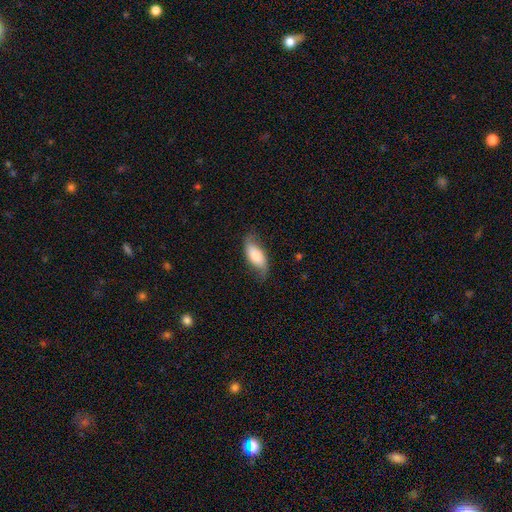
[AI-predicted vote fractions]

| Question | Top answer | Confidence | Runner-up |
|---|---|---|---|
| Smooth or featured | smooth | 62% | featured or disk (31%) |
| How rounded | in between | 83% | cigar-shaped (14%) |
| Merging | none | 65% | minor disturbance (26%) |